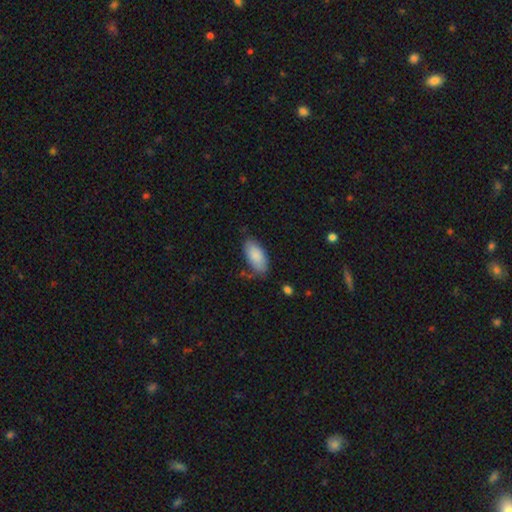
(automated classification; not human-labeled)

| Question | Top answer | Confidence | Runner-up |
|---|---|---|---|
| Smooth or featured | smooth | 87% | featured or disk (7%) |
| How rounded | in between | 92% | cigar-shaped (7%) |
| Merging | none | 74% | minor disturbance (20%) |